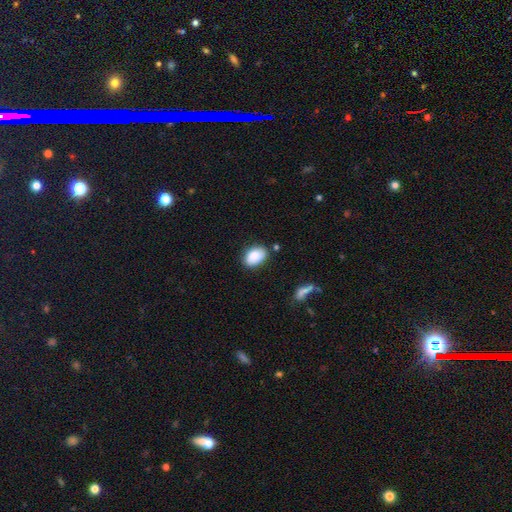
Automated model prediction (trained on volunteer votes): Smooth or featured?
  - smooth: 87% *
  - star or artifact: 7%
  - featured or disk: 6%
How rounded?
  - in between: 87% *
  - round: 12%
  - cigar-shaped: 1%
Merging?
  - none: 78% *
  - minor disturbance: 15%
  - merger: 3%
  - major disturbance: 3%